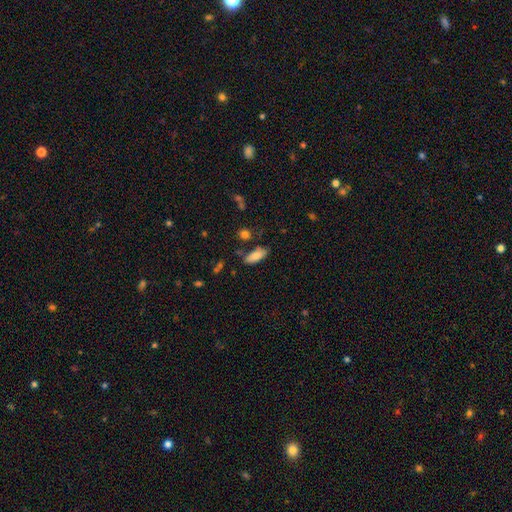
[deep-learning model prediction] Q: Smooth or featured?
A: smooth (83%); runner-up: featured or disk (10%)
Q: How rounded?
A: in between (75%); runner-up: cigar-shaped (23%)
Q: Merging?
A: none (69%); runner-up: minor disturbance (20%)